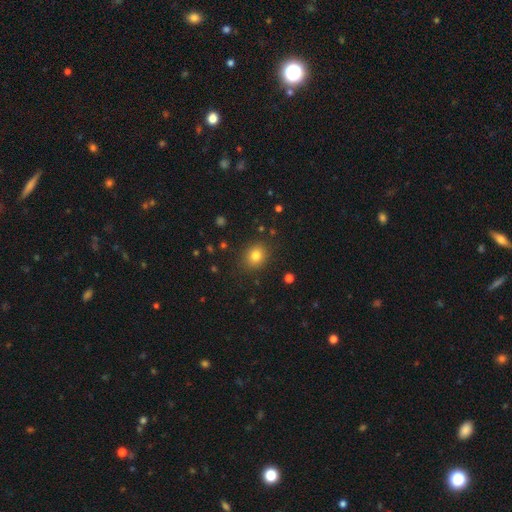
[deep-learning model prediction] Morphology: type=smooth (80%); roundness=round (68%); merging=none (87%).